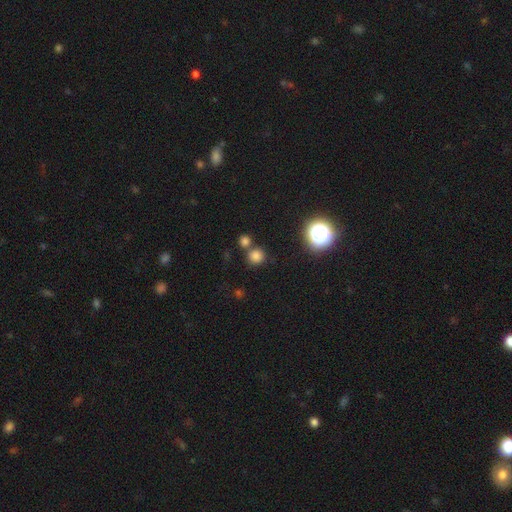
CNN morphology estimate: smooth_or_featured: smooth (p=0.77) [alt: star or artifact p=0.18]
how_rounded: round (p=0.91) [alt: in between p=0.08]
merging: none (p=0.69) [alt: merger p=0.20]